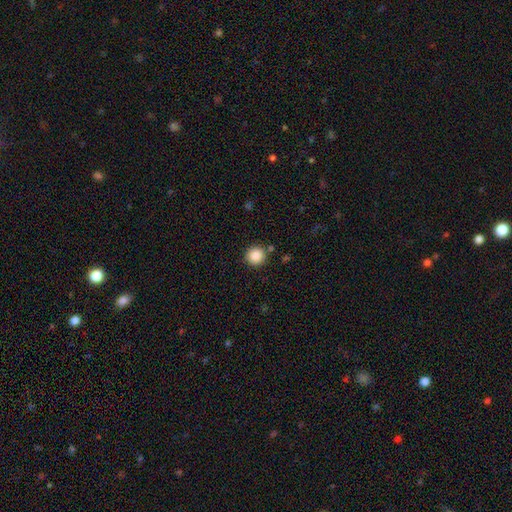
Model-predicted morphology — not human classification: This is clearly a smooth galaxy (86%). How rounded: clearly round (94%). Merging: clearly none (87%).